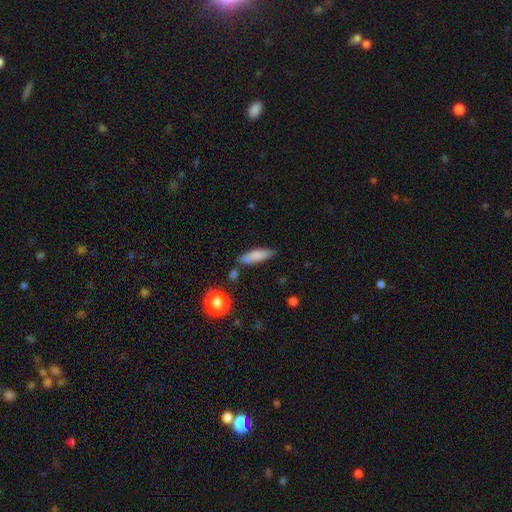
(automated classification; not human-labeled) Q: Smooth or featured?
A: smooth (78%); runner-up: featured or disk (14%)
Q: How rounded?
A: cigar-shaped (59%); runner-up: in between (38%)
Q: Merging?
A: none (75%); runner-up: minor disturbance (16%)